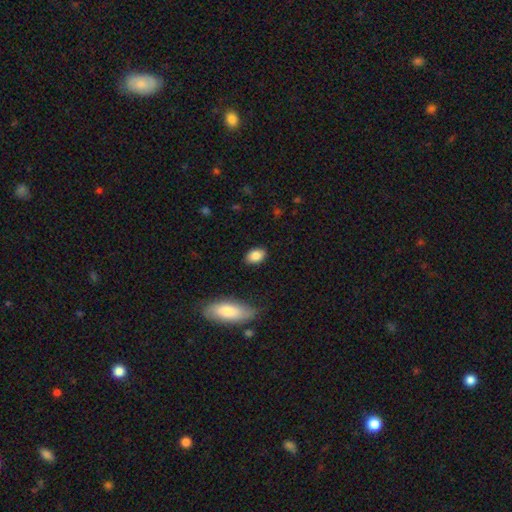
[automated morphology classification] smooth 86%, star or artifact 7%, featured or disk 7%. Down the decision tree: how rounded — in between (83%); merging — none (85%).